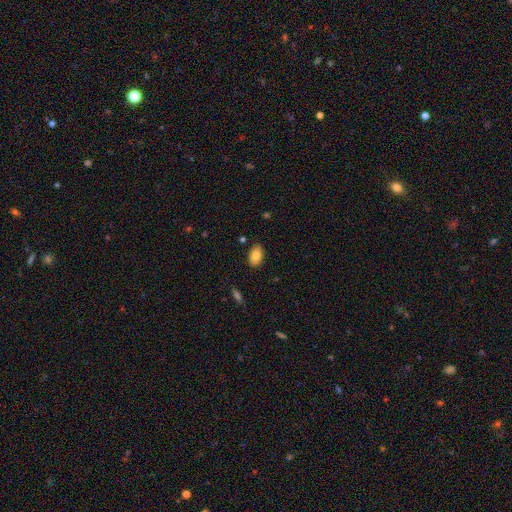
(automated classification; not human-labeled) smooth 82%, featured or disk 10%, star or artifact 8%. Down the decision tree: how rounded — in between (89%); merging — none (87%).